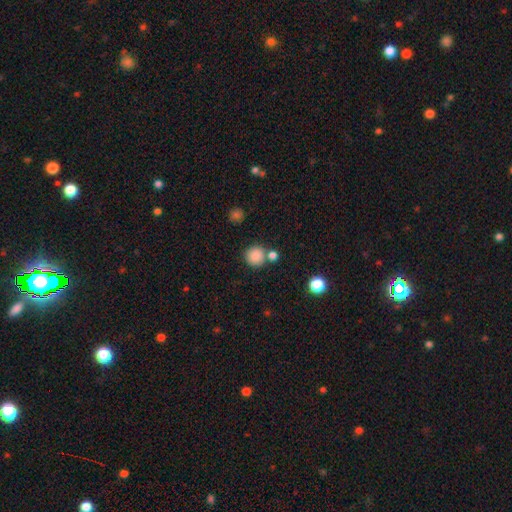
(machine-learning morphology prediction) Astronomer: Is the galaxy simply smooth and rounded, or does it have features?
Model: smooth — 86%.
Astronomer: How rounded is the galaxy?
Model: round — 93%.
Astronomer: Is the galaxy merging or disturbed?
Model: none — 71%.